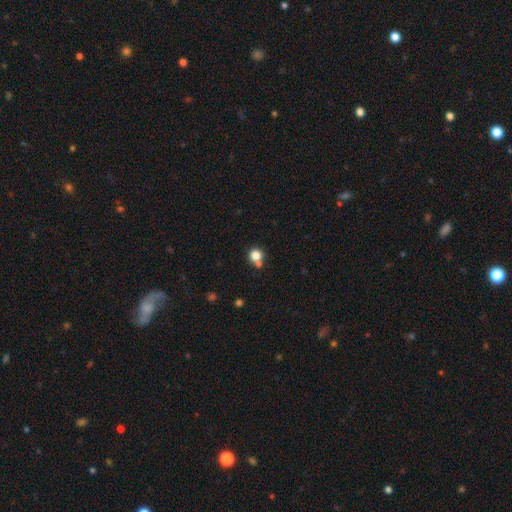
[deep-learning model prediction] Smooth or featured: smooth — 80% (star or artifact — 12%)
How rounded: round — 91% (in between — 8%)
Merging: none — 63% (merger — 26%)